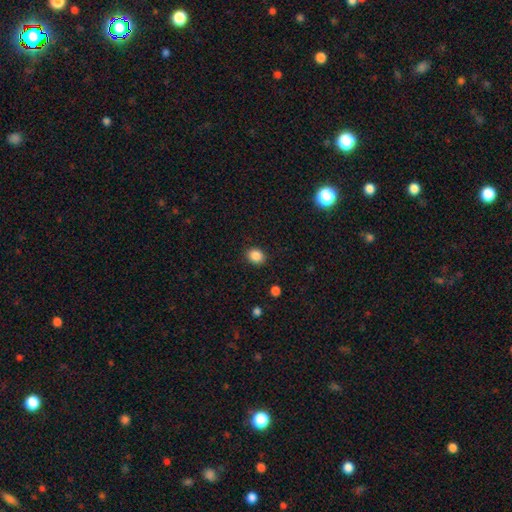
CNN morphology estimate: type=smooth (87%); roundness=round (64%); merging=none (89%).